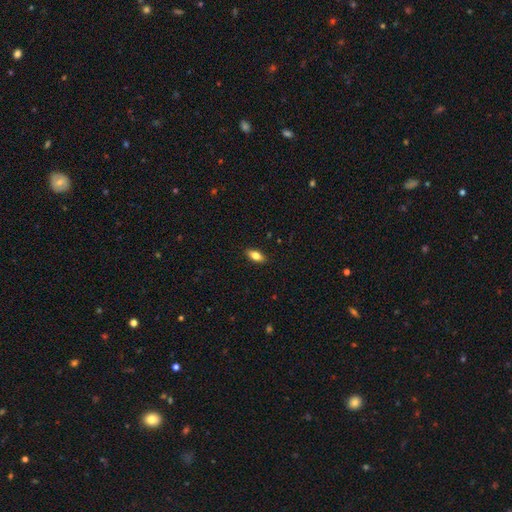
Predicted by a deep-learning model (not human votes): The model was most divided on "smooth or featured": smooth: 77%, featured or disk: 16%, star or artifact: 7%. More confident: merging — none (89%); how rounded — in between (84%).